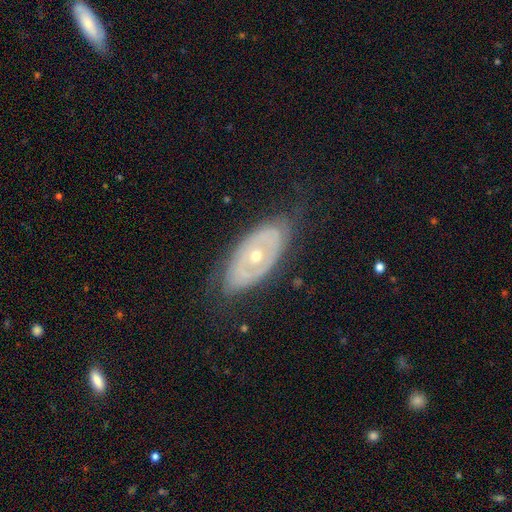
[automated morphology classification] Smooth or featured? Predicted: featured or disk (p=0.68). Edge-on disk? Predicted: no (p=0.88). Bar? Predicted: no (p=0.90). Spiral arms? Predicted: no (p=0.71). Bulge size? Predicted: moderate (p=0.49). Merging? Predicted: none (p=0.73).